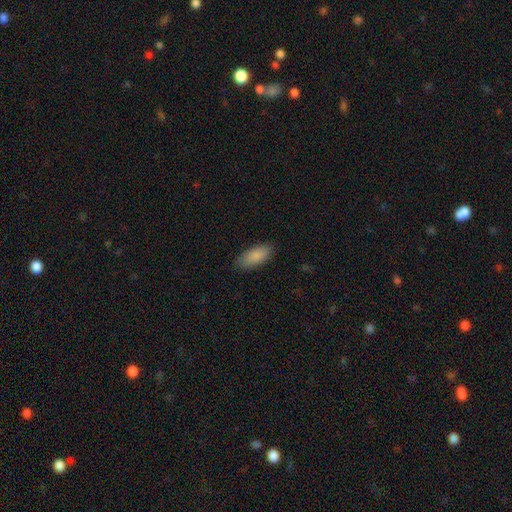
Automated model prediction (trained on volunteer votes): Smooth or featured: smooth — 89% (star or artifact — 6%)
How rounded: in between — 85% (cigar-shaped — 13%)
Merging: none — 84% (minor disturbance — 12%)